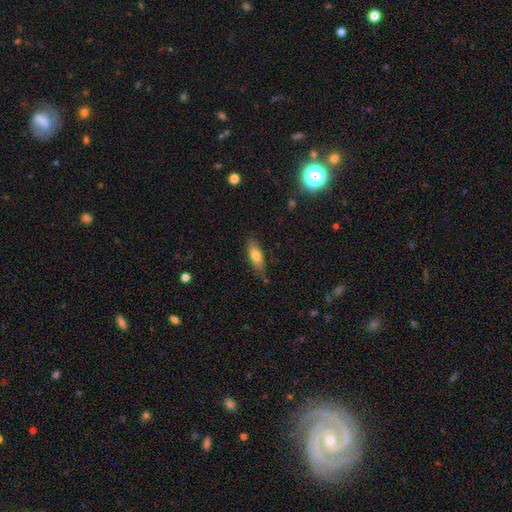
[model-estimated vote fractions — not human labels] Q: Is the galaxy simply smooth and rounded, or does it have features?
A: smooth — 70%.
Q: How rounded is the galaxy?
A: in between — 57%.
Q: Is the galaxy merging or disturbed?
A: none — 77%.